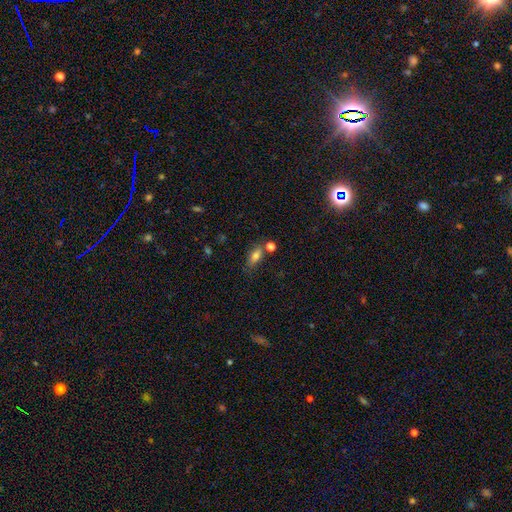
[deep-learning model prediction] This appears to be a smooth galaxy with no disk features (73%) that is in between round and cigar-shaped (75%). Merging: none (65%).